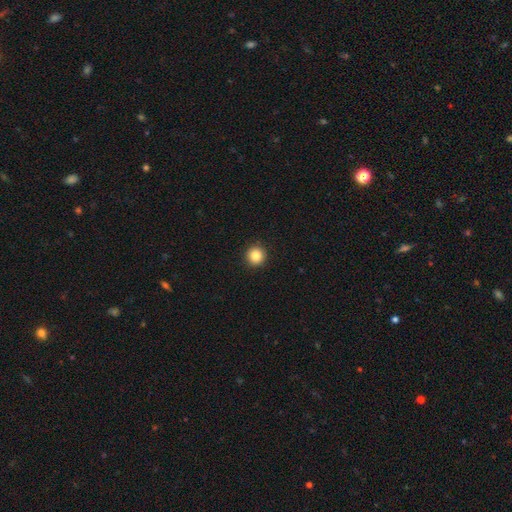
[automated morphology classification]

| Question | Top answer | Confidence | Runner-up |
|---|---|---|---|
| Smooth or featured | smooth | 85% | star or artifact (10%) |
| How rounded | round | 95% | in between (4%) |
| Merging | none | 93% | minor disturbance (4%) |